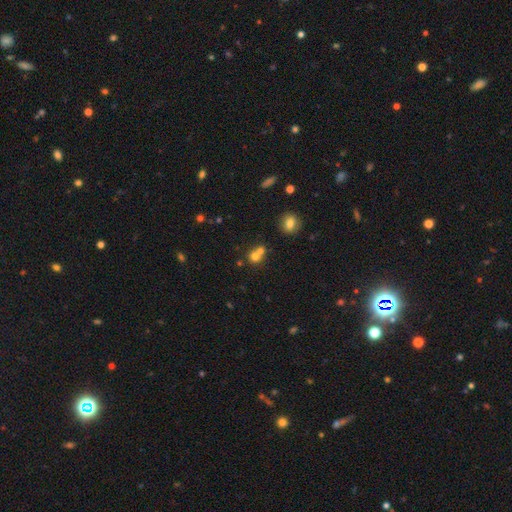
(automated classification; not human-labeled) Q: Smooth or featured?
A: smooth (70%); runner-up: star or artifact (15%)
Q: How rounded?
A: round (80%); runner-up: in between (19%)
Q: Merging?
A: merger (56%); runner-up: none (35%)